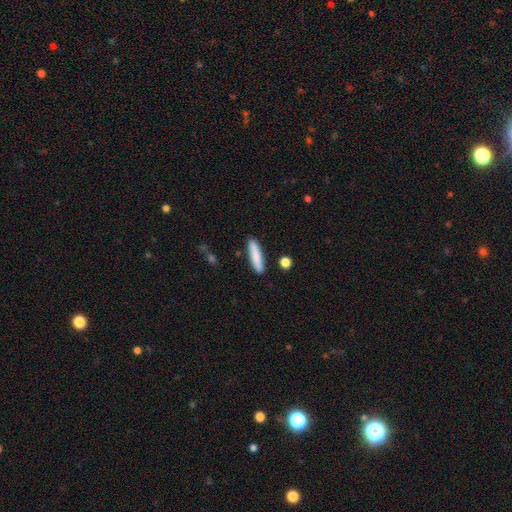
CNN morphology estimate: A smooth galaxy with no disk features (83%) that is cigar-shaped (85%). Merging: none (88%).